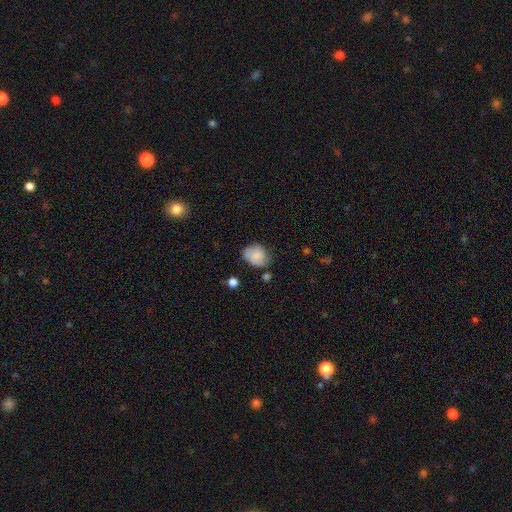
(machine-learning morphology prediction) This is likely a smooth galaxy (72%). How rounded: possibly in between (56%). Merging: possibly none (57%).